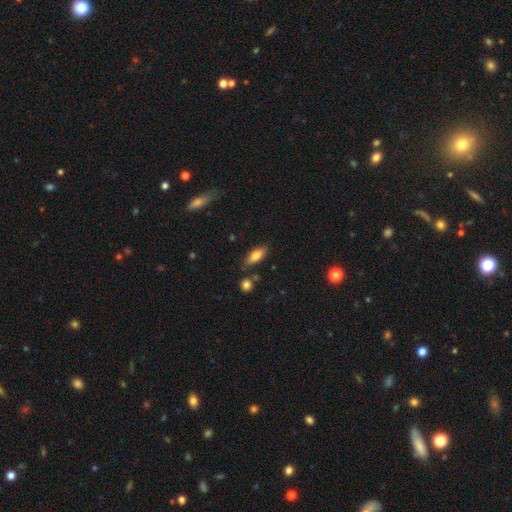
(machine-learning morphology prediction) type=smooth (71%); roundness=in between (72%); merging=none (78%).